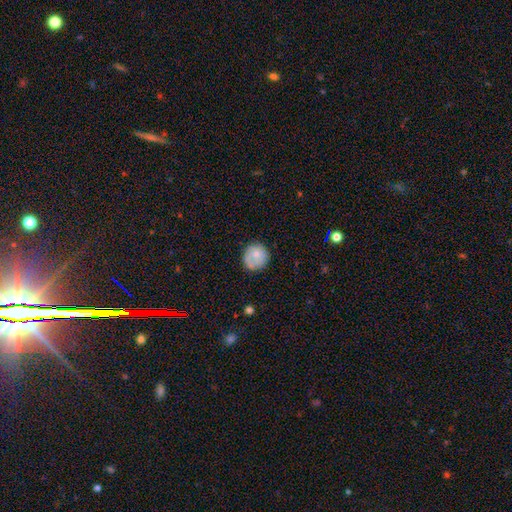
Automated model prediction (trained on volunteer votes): The model was most divided on "smooth or featured": smooth: 75%, featured or disk: 17%, star or artifact: 8%. More confident: how rounded — round (92%); merging — none (77%).